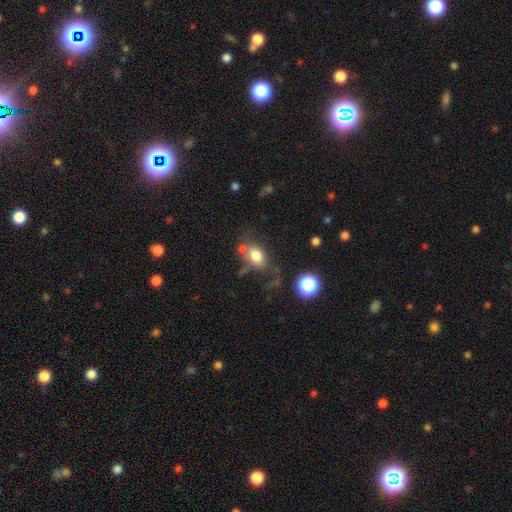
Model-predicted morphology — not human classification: This is likely a smooth galaxy (75%). How rounded: likely in between (67%). Merging: possibly none (48%).